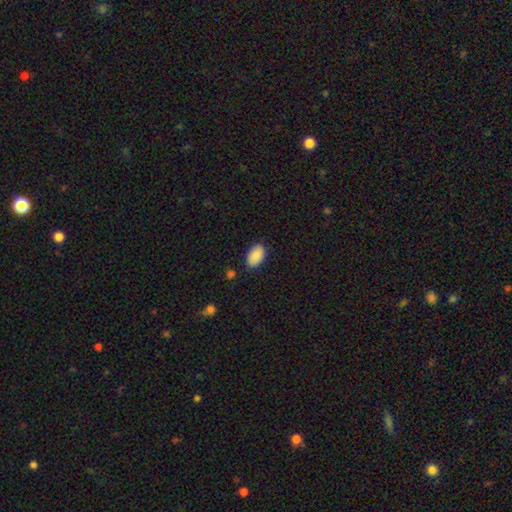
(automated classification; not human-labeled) smooth_or_featured: smooth (p=0.90) [alt: star or artifact p=0.07]
how_rounded: in between (p=0.93) [alt: round p=0.05]
merging: none (p=0.85) [alt: minor disturbance p=0.11]